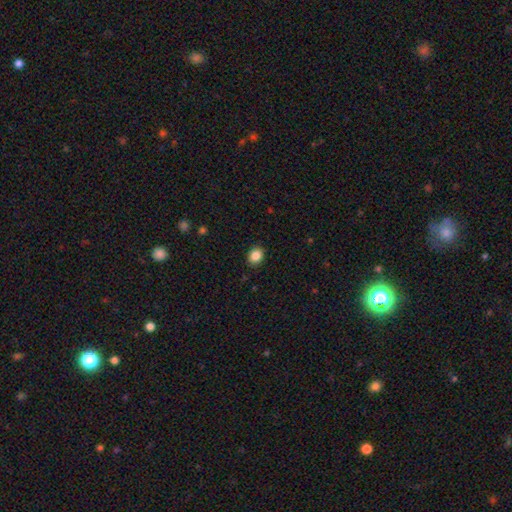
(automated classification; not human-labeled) The model was most divided on "how rounded": round: 50%, in between: 49%, cigar-shaped: 1%. More confident: merging — none (90%); smooth or featured — smooth (87%).